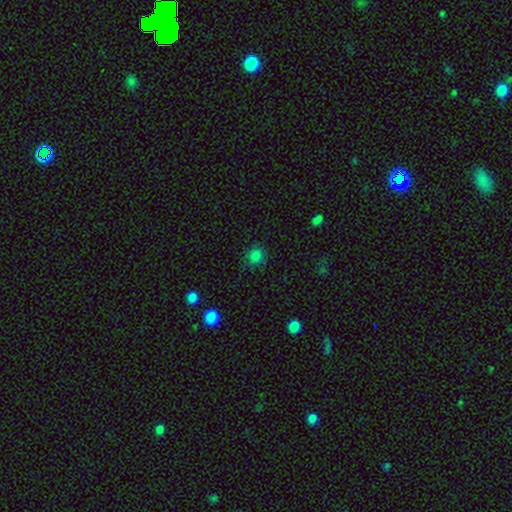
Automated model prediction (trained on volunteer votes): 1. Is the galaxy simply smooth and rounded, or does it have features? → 82% smooth, 14% star or artifact, 4% featured or disk.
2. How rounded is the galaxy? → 87% round, 12% in between, 1% cigar-shaped.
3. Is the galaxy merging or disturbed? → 84% none, 12% minor disturbance, 3% major disturbance, 1% merger.